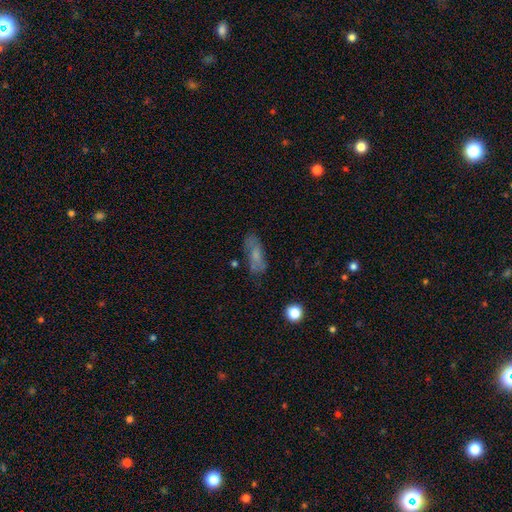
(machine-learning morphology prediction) type=smooth (58%); roundness=in between (67%); merging=none (60%).